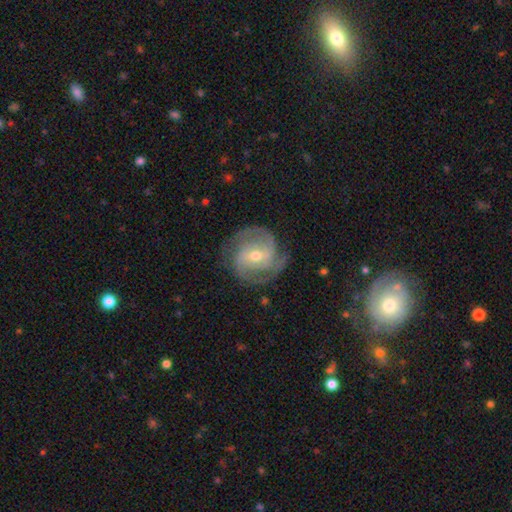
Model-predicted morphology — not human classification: Overall: featured or disk (88%). Edge-on disk: no (98%). Bar: weak (45%; no 32%). Spiral arms: yes (97%). Spiral arm count: 2 (47%; 3 29%). Spiral winding: tight (49%; medium 41%). Bulge size: moderate (53%; small 44%). Merging: none (77%).